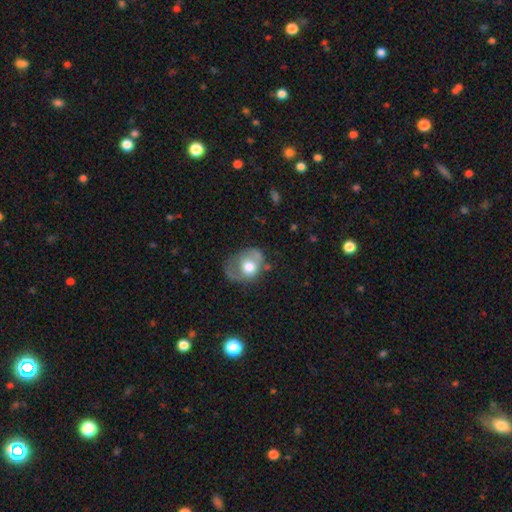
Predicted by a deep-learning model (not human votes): smooth-or-featured: smooth: 54% | featured or disk: 38% | star or artifact: 9%
  how-rounded: round: 54% | in between: 45% | cigar-shaped: 1%
  merging: none: 47% | minor disturbance: 28% | major disturbance: 21% | merger: 4%